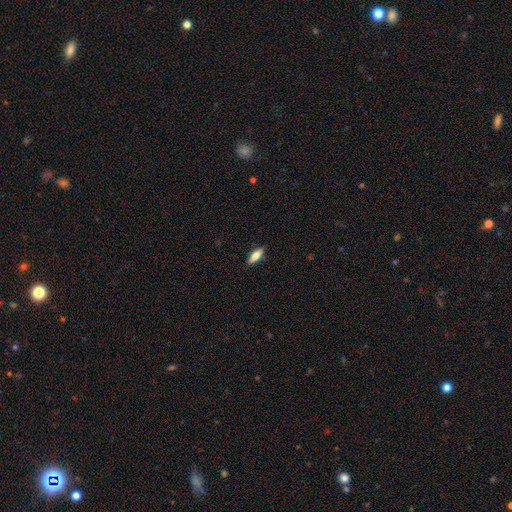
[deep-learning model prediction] Q: Smooth or featured?
A: smooth (72%); runner-up: featured or disk (21%)
Q: How rounded?
A: in between (59%); runner-up: cigar-shaped (39%)
Q: Merging?
A: none (86%); runner-up: minor disturbance (10%)